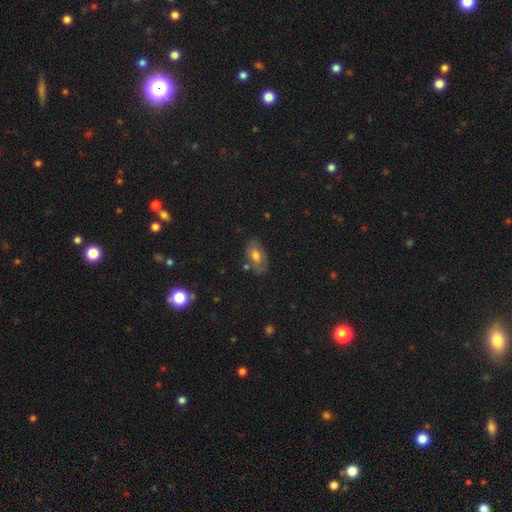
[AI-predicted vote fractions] The model was most divided on "smooth or featured": smooth: 63%, featured or disk: 29%, star or artifact: 9%. More confident: how rounded — in between (91%); merging — none (70%).